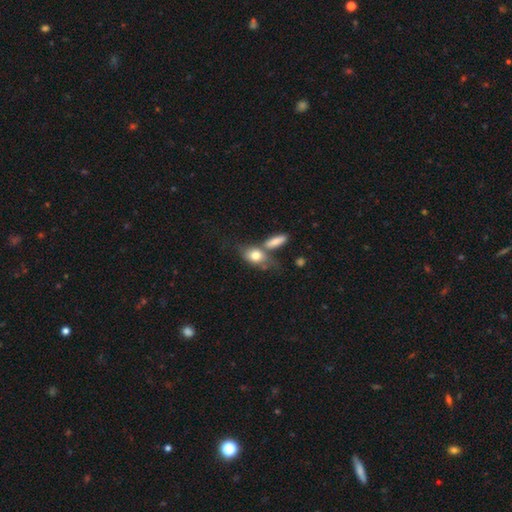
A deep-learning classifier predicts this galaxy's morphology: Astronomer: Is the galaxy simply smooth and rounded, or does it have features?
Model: smooth — 75%.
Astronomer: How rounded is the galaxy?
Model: in between — 72%.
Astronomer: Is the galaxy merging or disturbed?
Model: merger — 39% (runner-up: none, 37%).